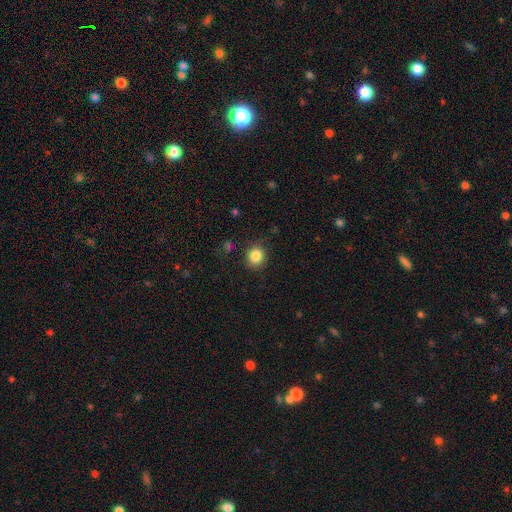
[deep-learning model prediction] Q: Smooth or featured?
A: smooth (85%); runner-up: star or artifact (10%)
Q: How rounded?
A: round (80%); runner-up: in between (20%)
Q: Merging?
A: none (87%); runner-up: minor disturbance (9%)